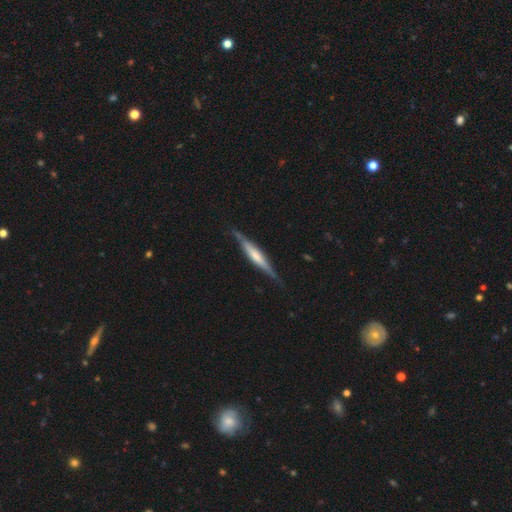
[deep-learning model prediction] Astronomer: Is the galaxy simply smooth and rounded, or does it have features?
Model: featured or disk — 64%.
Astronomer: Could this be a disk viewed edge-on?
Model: yes — 96%.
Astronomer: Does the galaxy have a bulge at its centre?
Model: rounded — 44% (runner-up: boxy, 28%).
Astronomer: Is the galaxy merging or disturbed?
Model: none — 82%.